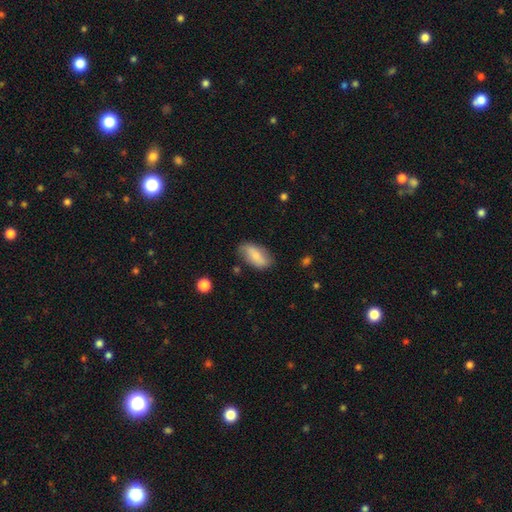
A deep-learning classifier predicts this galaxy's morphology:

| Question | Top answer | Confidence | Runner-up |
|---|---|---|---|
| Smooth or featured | smooth | 70% | featured or disk (24%) |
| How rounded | in between | 90% | cigar-shaped (6%) |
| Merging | none | 74% | minor disturbance (19%) |